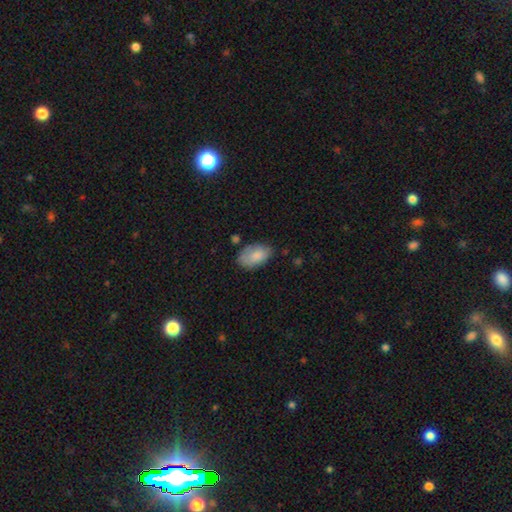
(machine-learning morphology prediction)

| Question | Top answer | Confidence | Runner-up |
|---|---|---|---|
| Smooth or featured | smooth | 82% | featured or disk (12%) |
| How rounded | in between | 92% | round (6%) |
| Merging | none | 63% | minor disturbance (26%) |